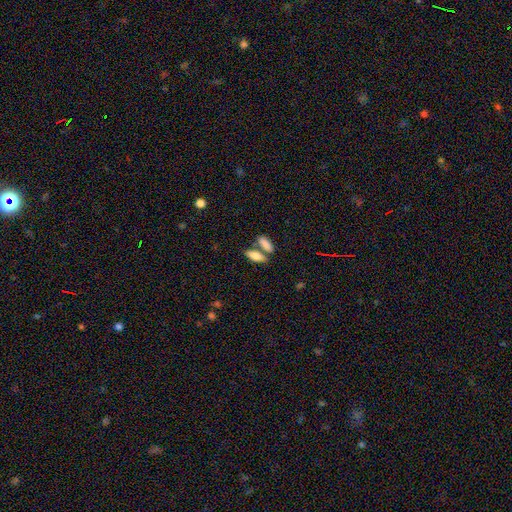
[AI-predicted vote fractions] Smooth or featured: smooth — 80% (featured or disk — 14%)
How rounded: in between — 71% (cigar-shaped — 25%)
Merging: none — 54% (merger — 33%)